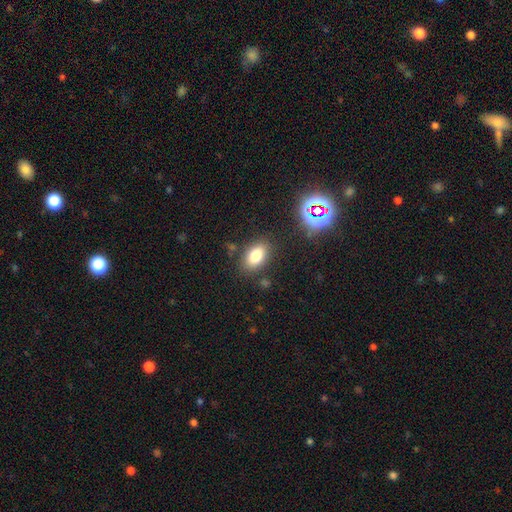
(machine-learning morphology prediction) The model was most divided on "smooth or featured": smooth: 79%, star or artifact: 11%, featured or disk: 9%. More confident: how rounded — in between (87%); merging — none (82%).